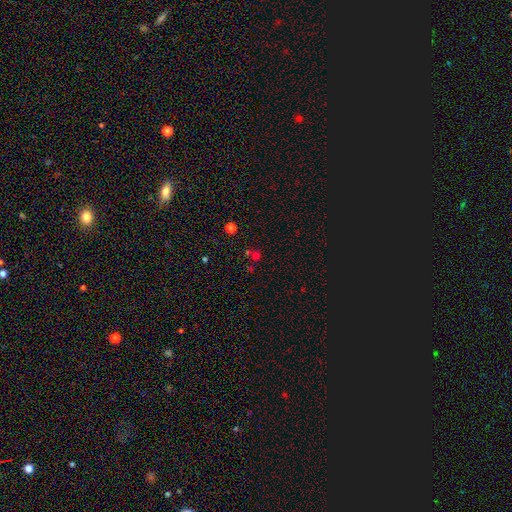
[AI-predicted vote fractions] The model was most divided on "smooth or featured": smooth: 49%, star or artifact: 41%, featured or disk: 10%. More confident: merging — none (61%).